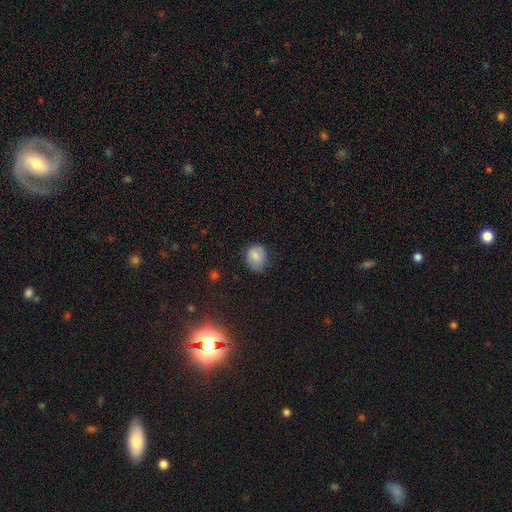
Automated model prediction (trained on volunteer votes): A smooth galaxy with no disk features (80%) that is round (56%).

Vote fractions:
- Smooth or featured? smooth: 80% / featured or disk: 11% / star or artifact: 9%
- How rounded? round: 56% / in between: 43% / cigar-shaped: 1%
- Merging? none: 67% / minor disturbance: 26% / major disturbance: 6% / merger: 1%